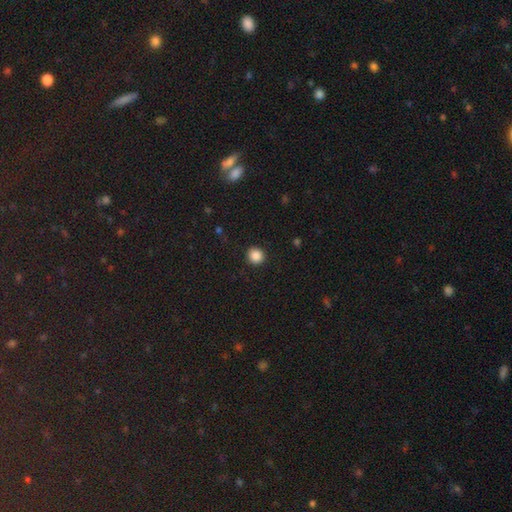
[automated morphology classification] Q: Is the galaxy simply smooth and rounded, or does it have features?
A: smooth — 87%.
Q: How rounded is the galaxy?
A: round — 92%.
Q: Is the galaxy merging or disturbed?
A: none — 92%.